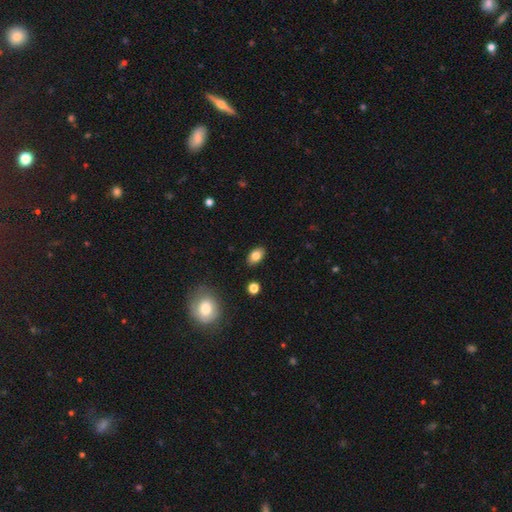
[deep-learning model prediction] smooth 82%, featured or disk 10%, star or artifact 9%. Down the decision tree: how rounded — in between (88%); merging — none (88%).